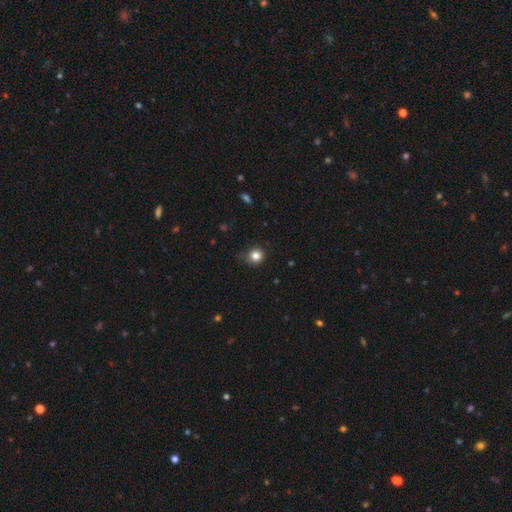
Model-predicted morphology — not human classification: Smooth or featured? Predicted: smooth (p=0.82). How rounded? Predicted: round (p=0.87). Merging? Predicted: none (p=0.72).